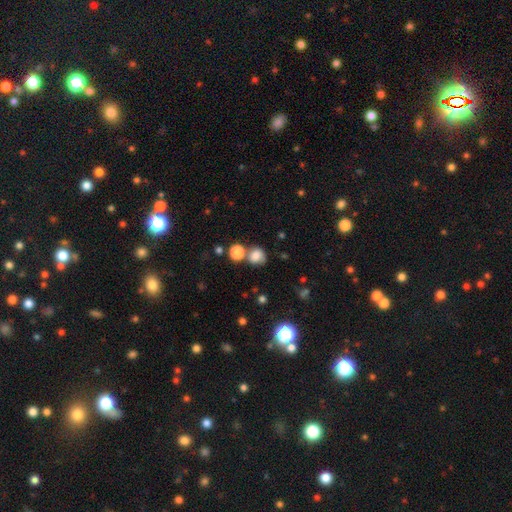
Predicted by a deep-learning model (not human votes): A smooth galaxy with no disk features (78%) that is round (75%).

Vote fractions:
- Smooth or featured? smooth: 78% / star or artifact: 13% / featured or disk: 9%
- How rounded? round: 75% / in between: 24% / cigar-shaped: 1%
- Merging? none: 54% / merger: 25% / minor disturbance: 15% / major disturbance: 6%